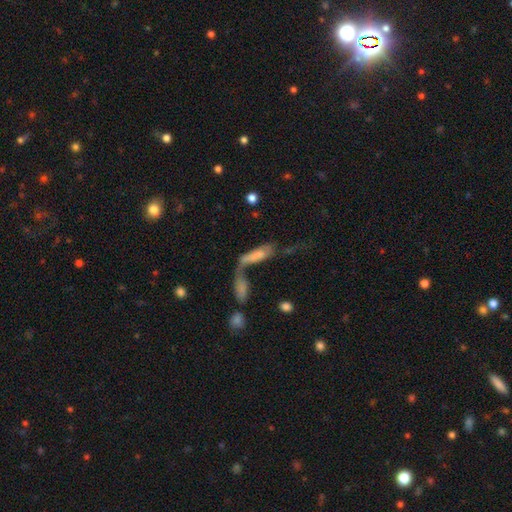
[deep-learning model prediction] A smooth galaxy with no disk features (64%) that is in between round and cigar-shaped (52%).

Vote fractions:
- Smooth or featured? smooth: 64% / featured or disk: 26% / star or artifact: 10%
- How rounded? in between: 52% / cigar-shaped: 44% / round: 3%
- Merging? merger: 62% / none: 16% / major disturbance: 14% / minor disturbance: 8%